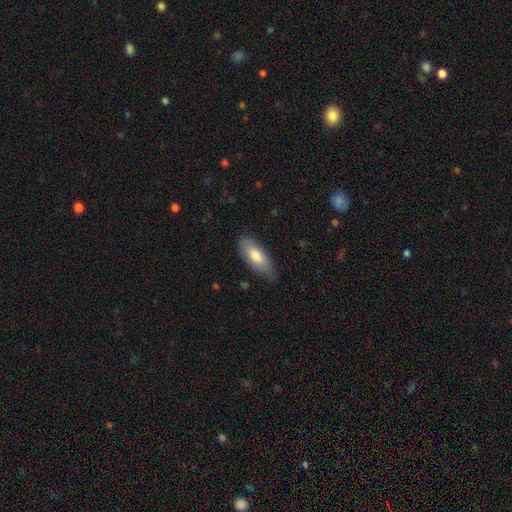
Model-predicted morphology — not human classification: This appears to be a smooth galaxy with no disk features (77%) that is in between round and cigar-shaped (77%). Merging: none (78%).